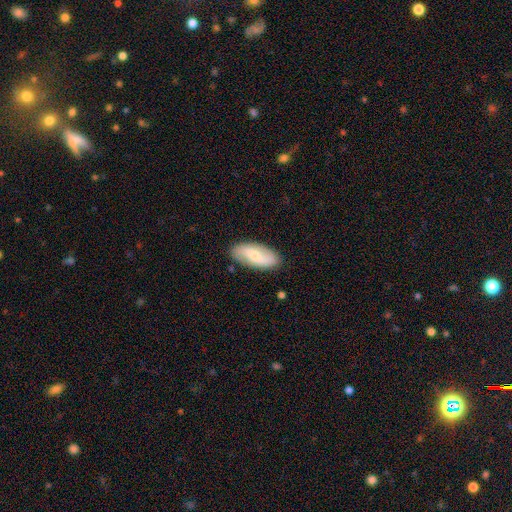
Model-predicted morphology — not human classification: This appears to be a featured or disk galaxy (49%). Merging: none (85%).